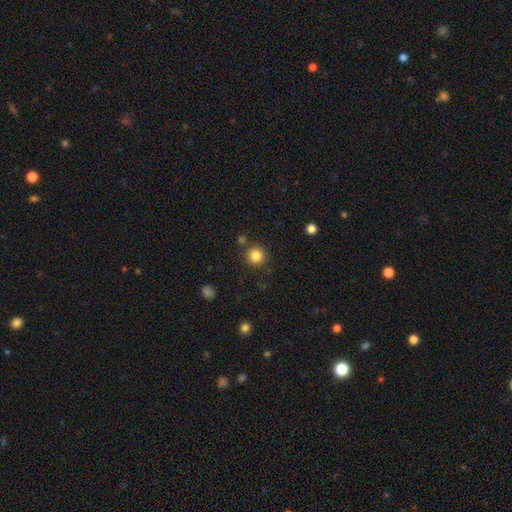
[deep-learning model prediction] Morphology: type=smooth (84%); roundness=round (95%); merging=none (86%).